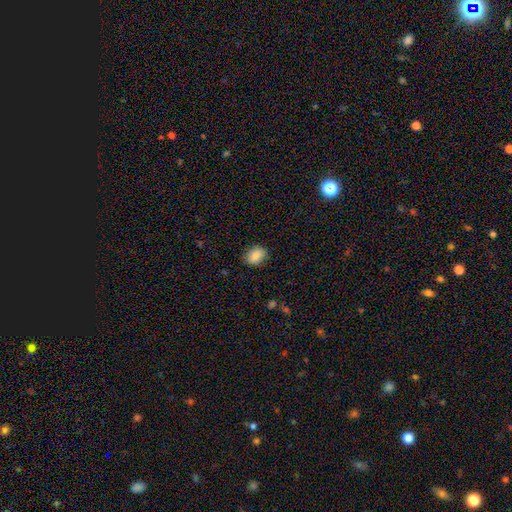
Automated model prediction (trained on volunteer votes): The model was most divided on "how rounded": in between: 67%, round: 32%, cigar-shaped: 1%. More confident: smooth or featured — smooth (87%); merging — none (86%).